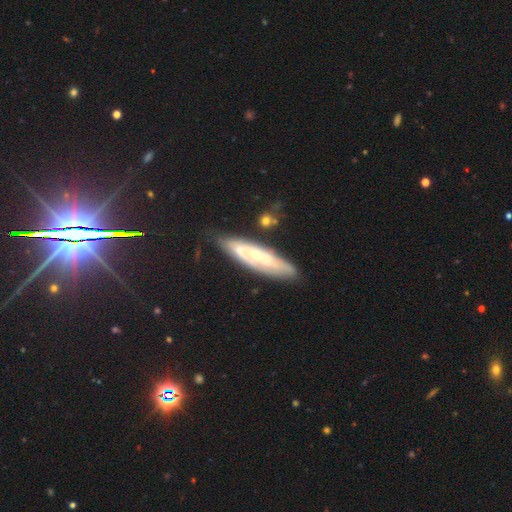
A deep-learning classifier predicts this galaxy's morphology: Smooth or featured? Predicted: featured or disk (p=0.71). Edge-on disk? Predicted: no (p=0.69). Merging? Predicted: none (p=0.72).